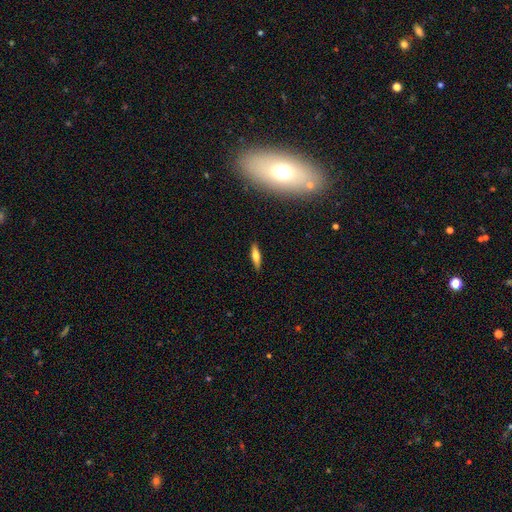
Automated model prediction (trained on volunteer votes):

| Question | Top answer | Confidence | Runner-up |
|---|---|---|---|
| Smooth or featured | smooth | 63% | featured or disk (29%) |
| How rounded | cigar-shaped | 66% | in between (32%) |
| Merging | none | 88% | minor disturbance (9%) |